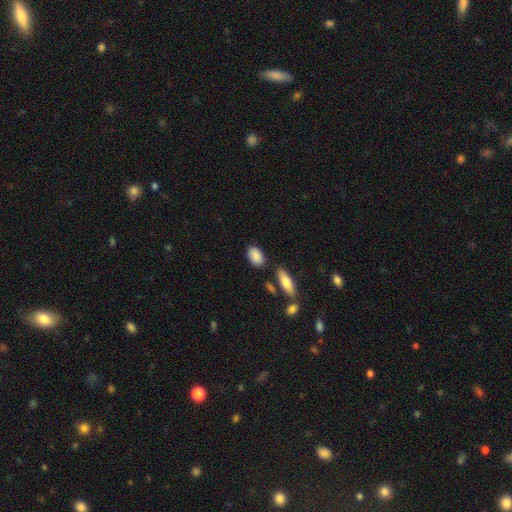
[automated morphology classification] Q: Smooth or featured?
A: smooth (88%); runner-up: star or artifact (6%)
Q: How rounded?
A: in between (87%); runner-up: round (10%)
Q: Merging?
A: none (78%); runner-up: minor disturbance (14%)